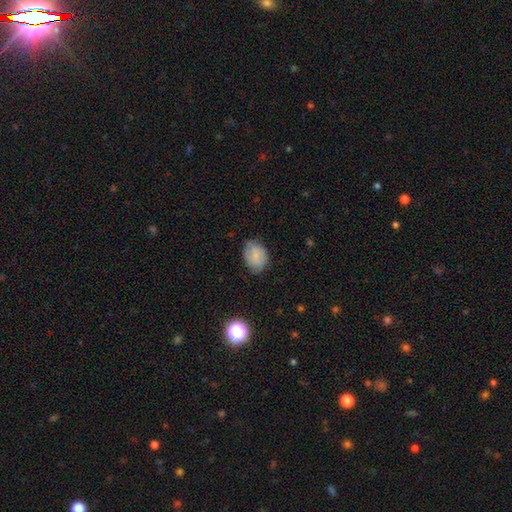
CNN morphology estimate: smooth_or_featured: smooth (p=0.71) [alt: featured or disk p=0.20]
how_rounded: in between (p=0.70) [alt: round p=0.29]
merging: none (p=0.70) [alt: minor disturbance p=0.23]